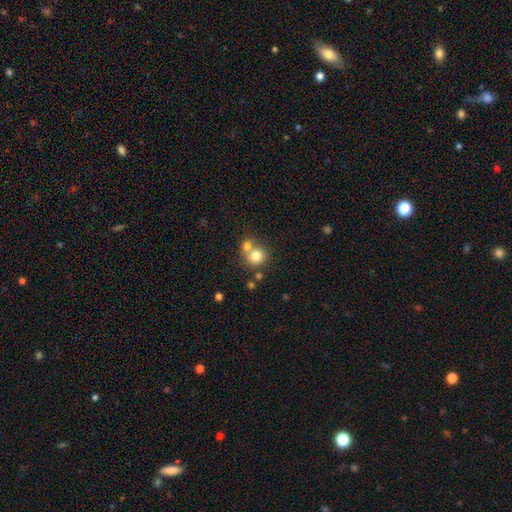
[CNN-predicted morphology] A smooth galaxy with no disk features (77%) that is round (85%). Merging: merger (46%).